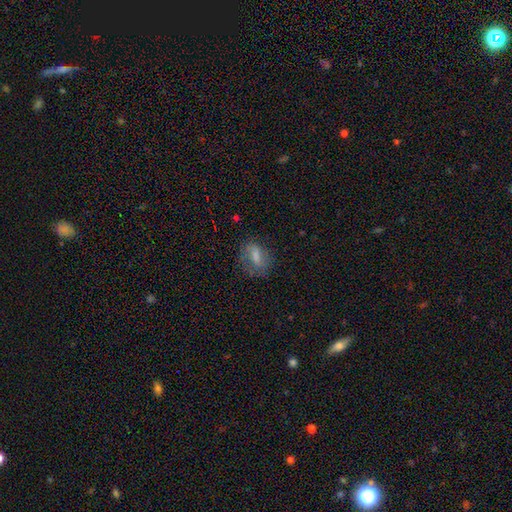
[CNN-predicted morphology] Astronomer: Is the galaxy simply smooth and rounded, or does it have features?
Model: smooth — 60%.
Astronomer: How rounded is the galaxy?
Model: in between — 73%.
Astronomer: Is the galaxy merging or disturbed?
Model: none — 62%.